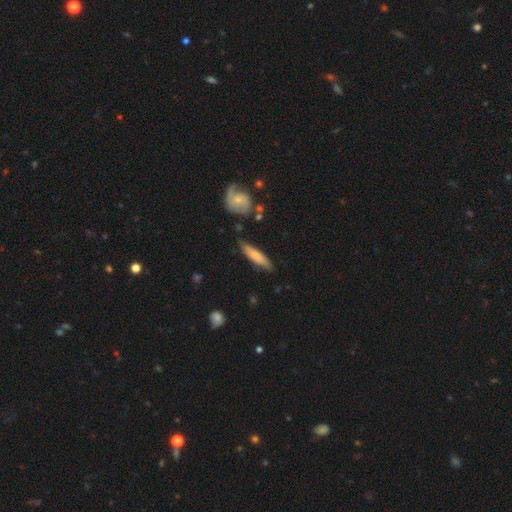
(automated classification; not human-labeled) smooth_or_featured: smooth (p=0.72) [alt: featured or disk p=0.23]
how_rounded: cigar-shaped (p=0.78) [alt: in between p=0.20]
merging: none (p=0.79) [alt: minor disturbance p=0.15]